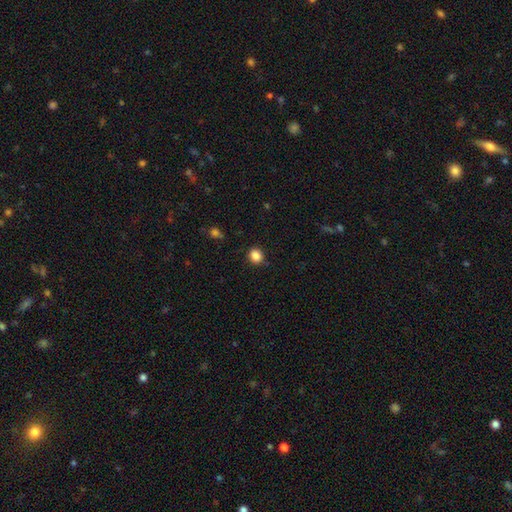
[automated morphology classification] Smooth or featured? smooth (86%)
How rounded? round (74%)
Merging? none (88%)